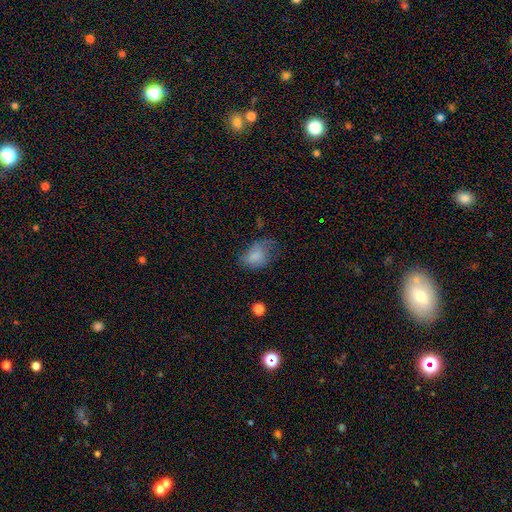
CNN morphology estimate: Smooth or featured?
  - smooth: 76% *
  - featured or disk: 14%
  - star or artifact: 10%
How rounded?
  - in between: 81% *
  - round: 18%
  - cigar-shaped: 1%
Merging?
  - none: 37% *
  - minor disturbance: 34%
  - major disturbance: 27%
  - merger: 2%